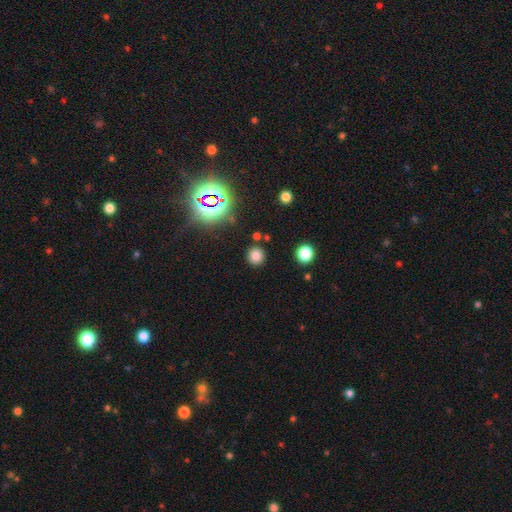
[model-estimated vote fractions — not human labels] A smooth galaxy with no disk features (76%) that is round (90%).

Vote fractions:
- Smooth or featured? smooth: 76% / star or artifact: 18% / featured or disk: 6%
- How rounded? round: 90% / in between: 9% / cigar-shaped: 1%
- Merging? none: 86% / minor disturbance: 7% / merger: 4% / major disturbance: 3%